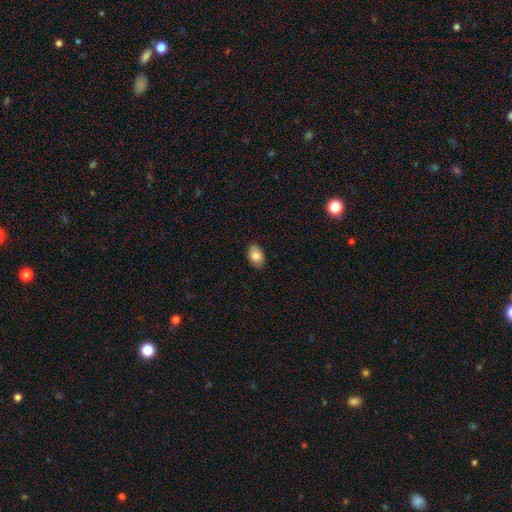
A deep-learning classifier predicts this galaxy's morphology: smooth_or_featured: smooth (p=0.85) [alt: featured or disk p=0.08]
how_rounded: in between (p=0.88) [alt: round p=0.10]
merging: none (p=0.88) [alt: minor disturbance p=0.09]